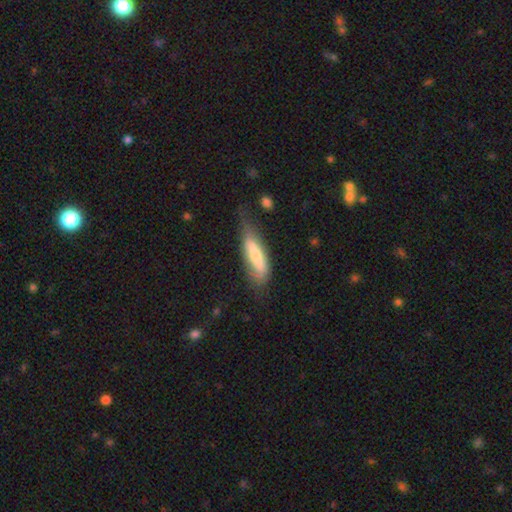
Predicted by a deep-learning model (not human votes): Smooth or featured? Predicted: smooth (p=0.62). How rounded? Predicted: cigar-shaped (p=0.56). Merging? Predicted: none (p=0.42).